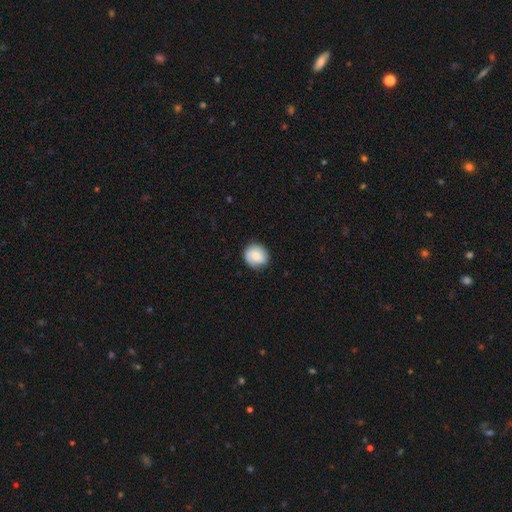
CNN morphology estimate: type=smooth (77%); roundness=round (85%); merging=none (81%).